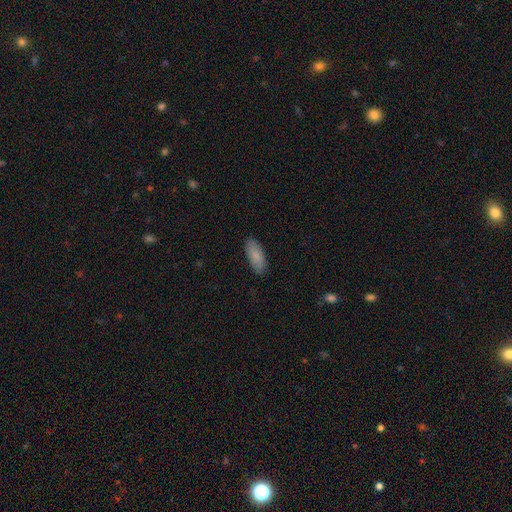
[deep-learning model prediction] A smooth galaxy with no disk features (86%) that is in between round and cigar-shaped (84%). Merging: none (86%).